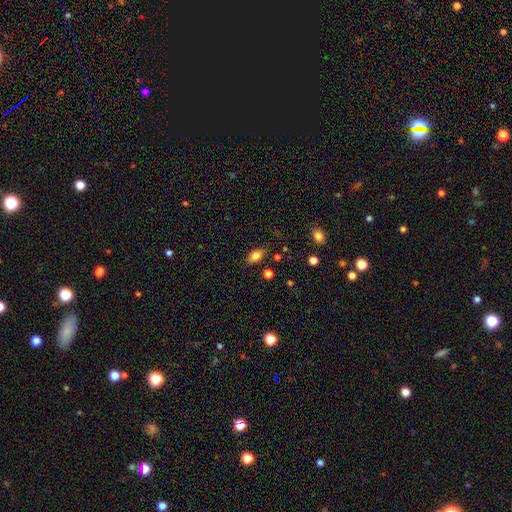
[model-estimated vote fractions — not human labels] Smooth or featured? Predicted: smooth (p=0.81). How rounded? Predicted: in between (p=0.86). Merging? Predicted: none (p=0.82).